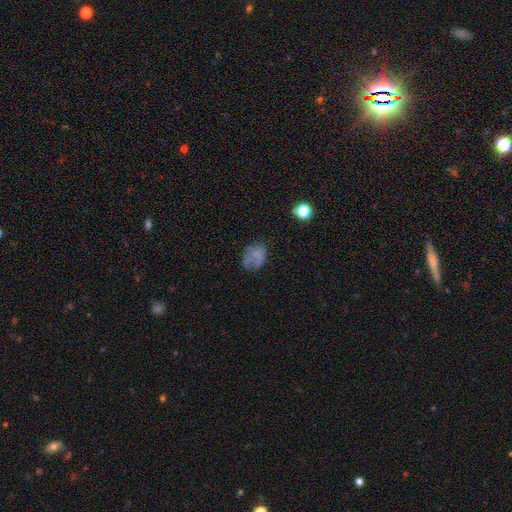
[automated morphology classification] This appears to be a smooth galaxy with no disk features (59%) that is in between round and cigar-shaped (62%). Merging: none (53%).